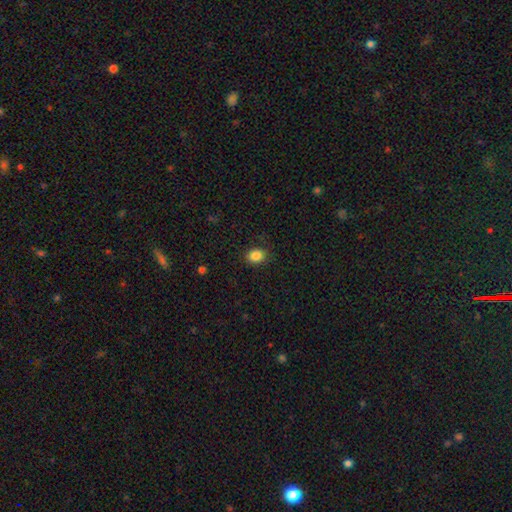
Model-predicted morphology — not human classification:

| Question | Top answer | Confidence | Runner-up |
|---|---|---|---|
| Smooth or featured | smooth | 86% | star or artifact (10%) |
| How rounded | in between | 59% | round (40%) |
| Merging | none | 85% | minor disturbance (11%) |